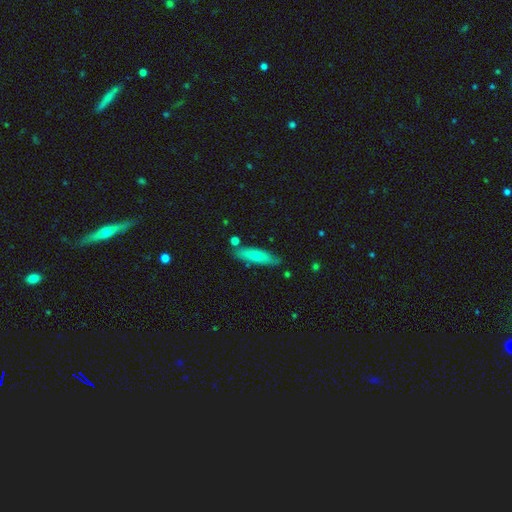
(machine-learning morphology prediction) Smooth or featured? Predicted: smooth (p=0.73). How rounded? Predicted: cigar-shaped (p=0.71). Merging? Predicted: none (p=0.78).